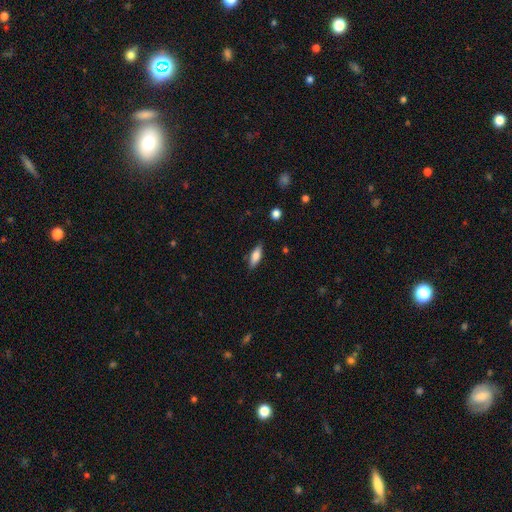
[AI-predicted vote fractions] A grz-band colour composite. It shows a smooth galaxy with no disk features (72%) that is in between round and cigar-shaped (61%). Merging: none (84%).